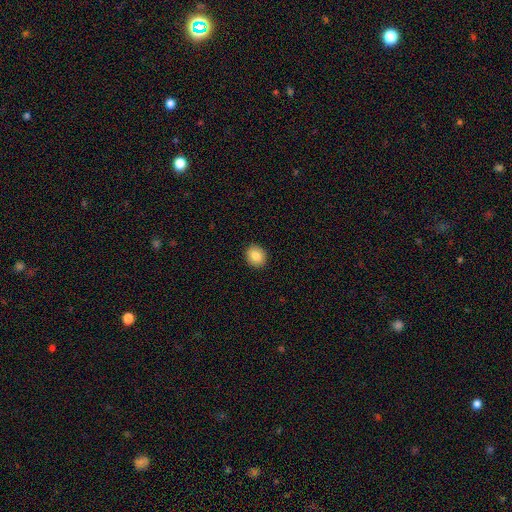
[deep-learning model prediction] This is clearly a smooth galaxy (85%). How rounded: likely round (67%). Merging: clearly none (91%).